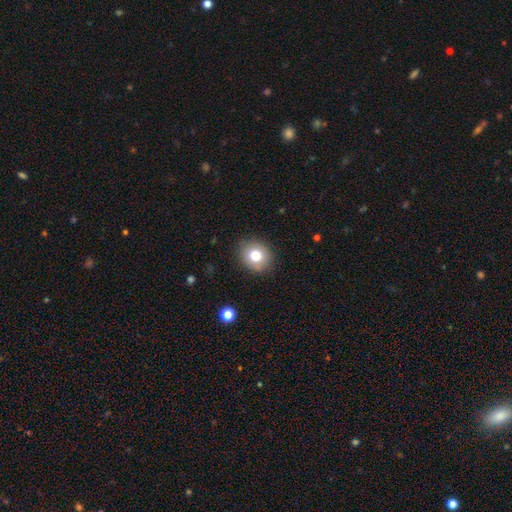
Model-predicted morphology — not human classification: type=smooth (77%); roundness=round (70%); merging=none (86%).